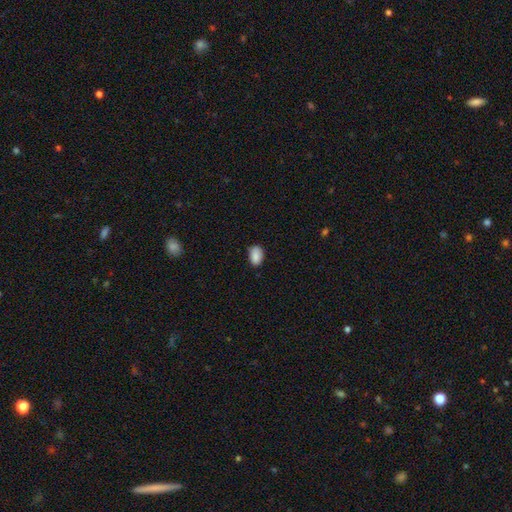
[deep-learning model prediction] Smooth or featured: smooth — 87% (star or artifact — 8%)
How rounded: in between — 88% (round — 11%)
Merging: none — 75% (minor disturbance — 20%)